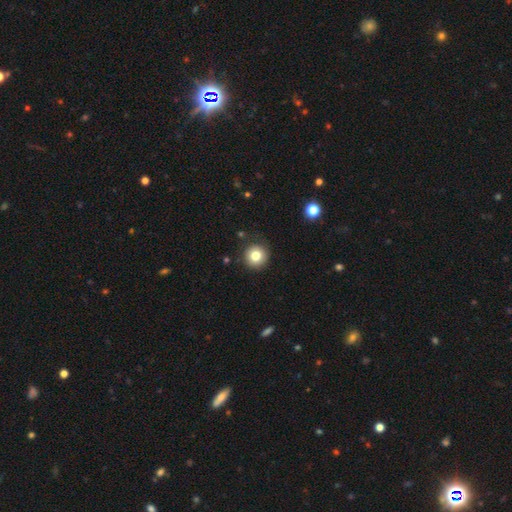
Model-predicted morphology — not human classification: smooth-or-featured: smooth: 80% | star or artifact: 11% | featured or disk: 9%
  how-rounded: round: 95% | in between: 4% | cigar-shaped: 1%
  merging: none: 87% | minor disturbance: 9% | major disturbance: 3% | merger: 2%